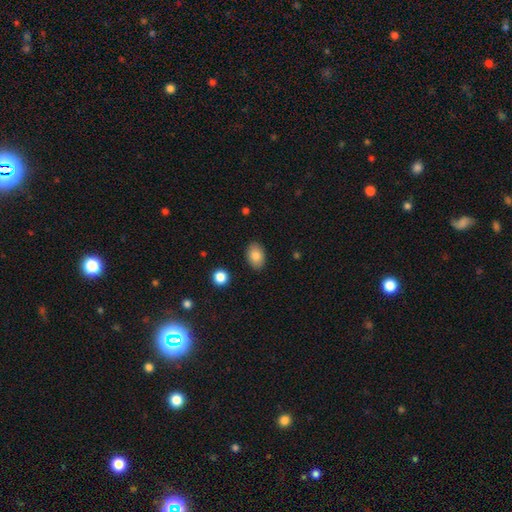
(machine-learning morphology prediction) Overall: smooth (84%). How rounded: in between (85%). Merging: none (88%).